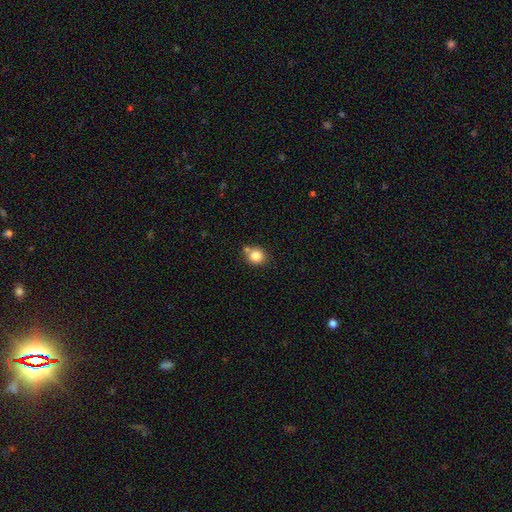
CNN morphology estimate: The model was most divided on "merging": none: 68%, merger: 18%, minor disturbance: 11%, major disturbance: 3%. More confident: how rounded — round (85%); smooth or featured — smooth (83%).